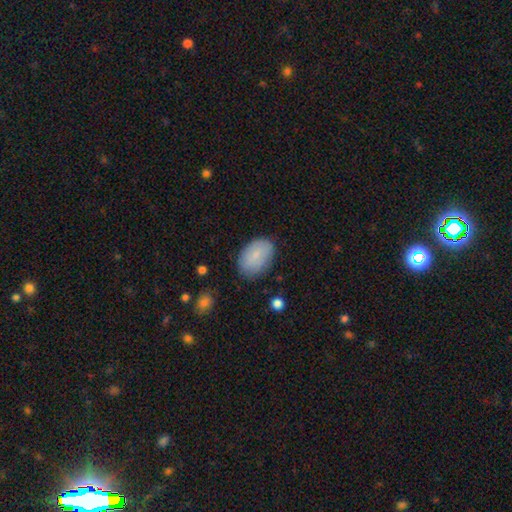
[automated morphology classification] Smooth or featured?
  - smooth: 81% *
  - featured or disk: 12%
  - star or artifact: 7%
How rounded?
  - in between: 90% *
  - round: 9%
  - cigar-shaped: 1%
Merging?
  - none: 80% *
  - minor disturbance: 15%
  - major disturbance: 3%
  - merger: 1%